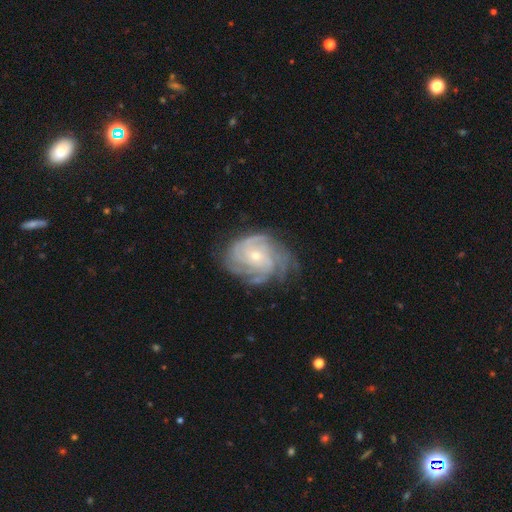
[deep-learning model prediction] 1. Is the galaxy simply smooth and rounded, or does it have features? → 86% featured or disk, 7% smooth, 6% star or artifact.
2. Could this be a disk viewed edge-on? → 97% no, 3% yes.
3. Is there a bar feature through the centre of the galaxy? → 67% no, 27% weak, 6% strong.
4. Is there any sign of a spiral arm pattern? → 97% yes, 3% no.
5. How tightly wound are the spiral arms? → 68% tight, 27% medium, 5% loose.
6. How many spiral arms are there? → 30% 4, 26% can't tell, 16% 3, 14% more than 4, 8% 2, 6% 1.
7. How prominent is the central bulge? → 66% small, 31% moderate, 1% none, 1% large, 1% dominant.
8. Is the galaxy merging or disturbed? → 70% none, 20% minor disturbance, 8% major disturbance, 1% merger.